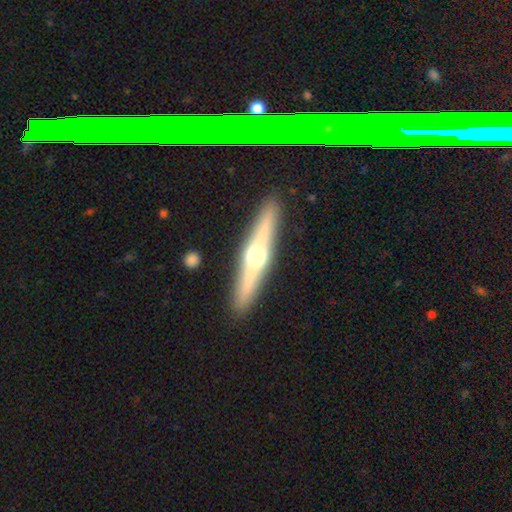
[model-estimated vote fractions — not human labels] Smooth or featured? Predicted: featured or disk (p=0.73). Edge-on disk? Predicted: yes (p=0.97). Edge-on bulge? Predicted: rounded (p=0.94). Merging? Predicted: none (p=0.91).